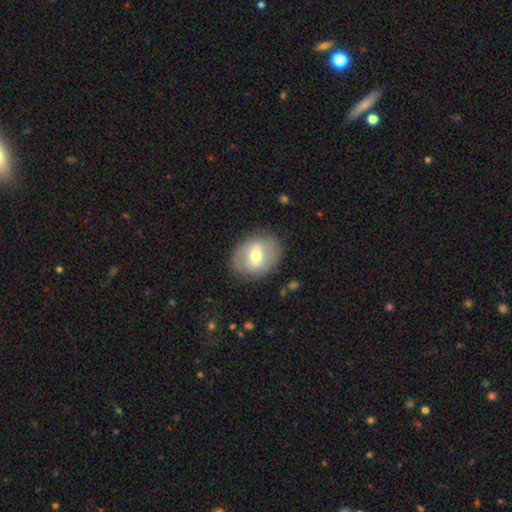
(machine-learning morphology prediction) Smooth or featured: smooth — 48% (featured or disk — 45%)
Merging: none — 82% (minor disturbance — 12%)